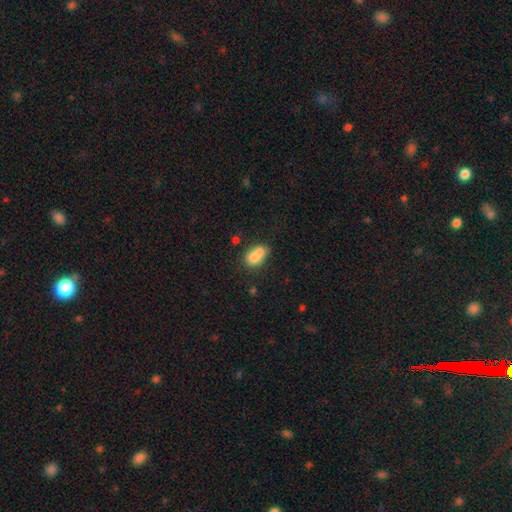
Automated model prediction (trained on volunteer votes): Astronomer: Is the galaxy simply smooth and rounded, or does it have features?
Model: smooth — 75%.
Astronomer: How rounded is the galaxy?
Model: in between — 74%.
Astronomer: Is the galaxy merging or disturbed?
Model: merger — 48% (runner-up: none, 31%).